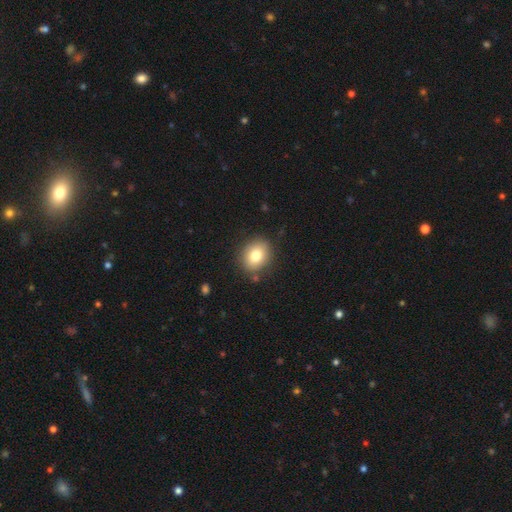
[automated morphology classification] The model was most divided on "how rounded": round: 58%, in between: 41%, cigar-shaped: 1%. More confident: merging — none (85%); smooth or featured — smooth (79%).